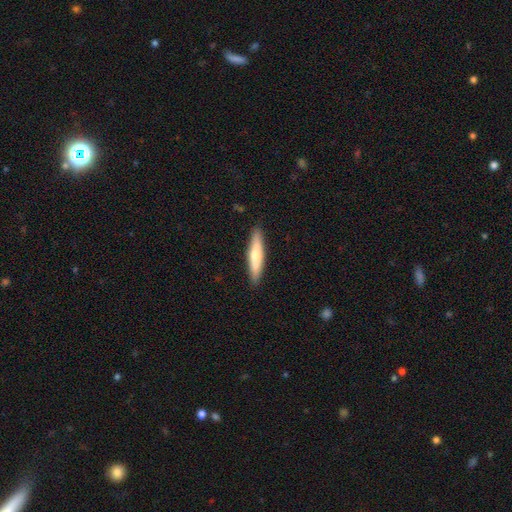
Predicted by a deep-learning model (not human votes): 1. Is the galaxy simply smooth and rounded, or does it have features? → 61% smooth, 33% featured or disk, 5% star or artifact.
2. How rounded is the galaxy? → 88% cigar-shaped, 10% in between, 1% round.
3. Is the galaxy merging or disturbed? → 90% none, 8% minor disturbance, 2% major disturbance, 1% merger.